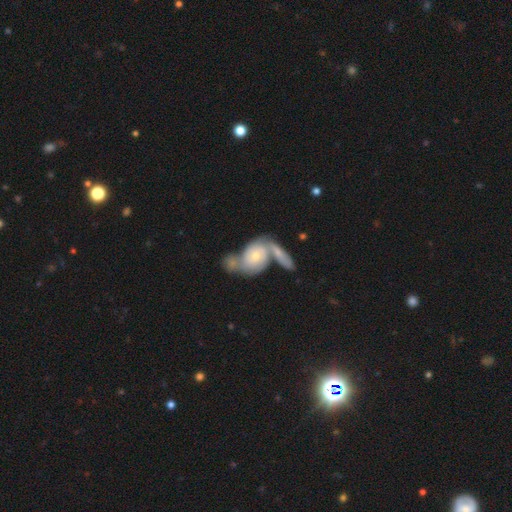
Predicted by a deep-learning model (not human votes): Q: Smooth or featured?
A: featured or disk (64%); runner-up: smooth (30%)
Q: Edge-on disk?
A: no (94%); runner-up: yes (6%)
Q: Bar?
A: no (75%); runner-up: weak (20%)
Q: Spiral arms?
A: yes (81%); runner-up: no (19%)
Q: Bulge size?
A: small (55%); runner-up: moderate (40%)
Q: Merging?
A: merger (57%); runner-up: none (23%)